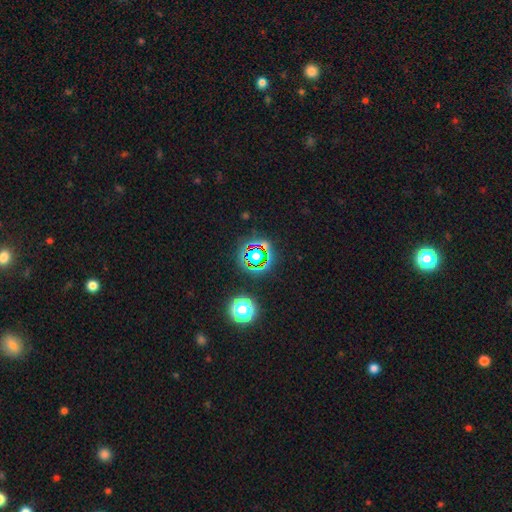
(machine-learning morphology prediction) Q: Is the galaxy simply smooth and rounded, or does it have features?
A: star or artifact — 63%.